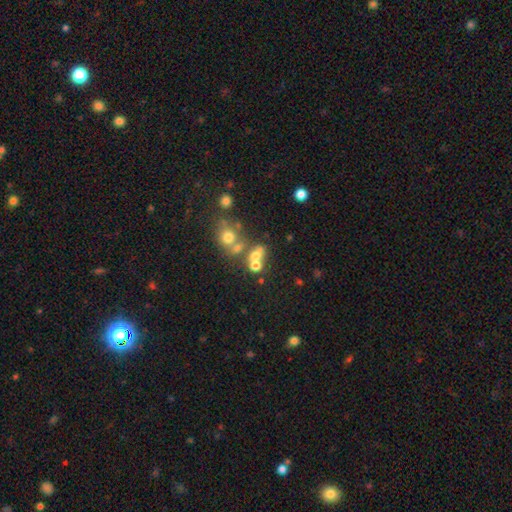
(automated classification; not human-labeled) Overall: smooth (60%; star or artifact 21%). How rounded: round (61%; in between 37%). Merging: merger (44%; none 39%).